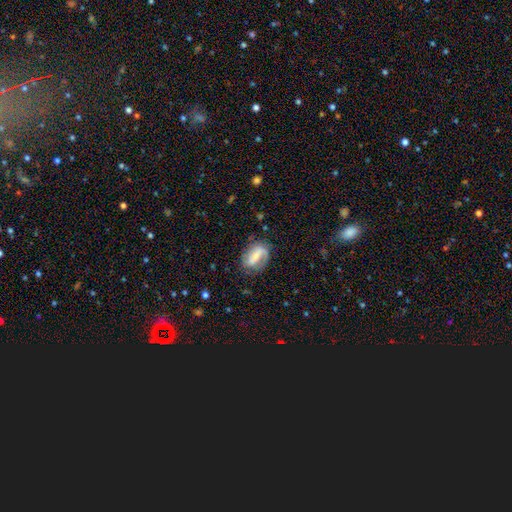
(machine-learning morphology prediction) Q: Smooth or featured?
A: featured or disk (67%); runner-up: smooth (26%)
Q: Edge-on disk?
A: no (96%); runner-up: yes (4%)
Q: Bar?
A: strong (42%); runner-up: weak (38%)
Q: Spiral arms?
A: yes (85%); runner-up: no (15%)
Q: Spiral winding?
A: medium (39%); runner-up: loose (35%)
Q: Spiral arm count?
A: 2 (57%); runner-up: 1 (31%)
Q: Bulge size?
A: small (49%); runner-up: moderate (33%)
Q: Merging?
A: none (66%); runner-up: minor disturbance (21%)